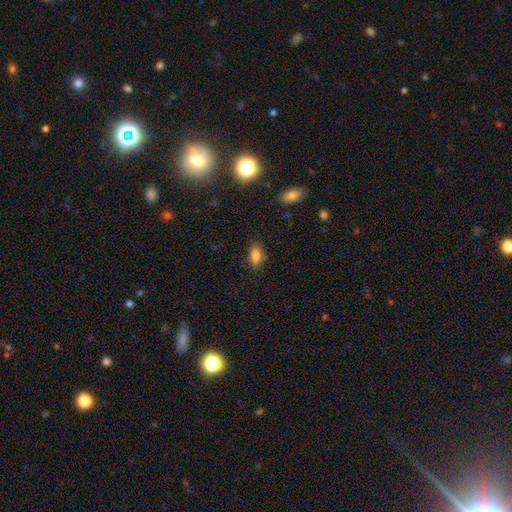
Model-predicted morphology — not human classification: This is clearly a smooth galaxy (83%). How rounded: clearly in between (86%). Merging: clearly none (83%).